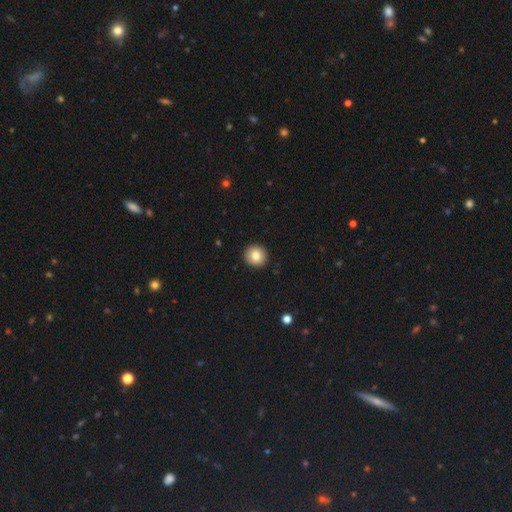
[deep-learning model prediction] This is clearly a smooth galaxy (82%). How rounded: clearly round (93%). Merging: clearly none (93%).